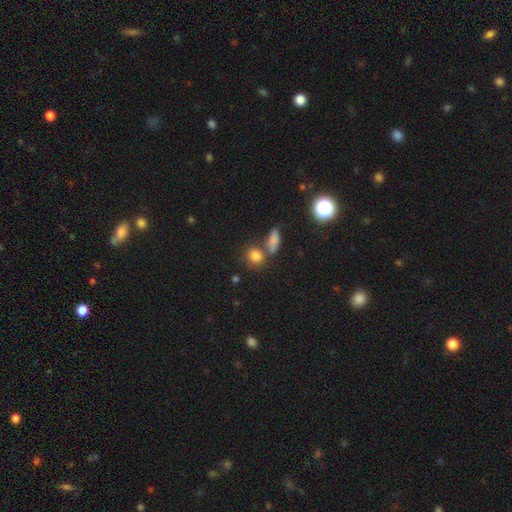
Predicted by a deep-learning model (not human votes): A smooth galaxy with no disk features (80%) that is round (60%).

Vote fractions:
- Smooth or featured? smooth: 80% / star or artifact: 13% / featured or disk: 8%
- How rounded? round: 60% / in between: 37% / cigar-shaped: 3%
- Merging? none: 59% / merger: 24% / minor disturbance: 13% / major disturbance: 5%